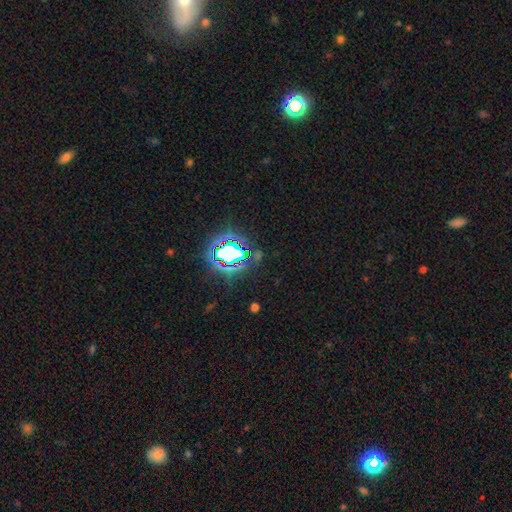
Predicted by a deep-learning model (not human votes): A star or artifact, not a galaxy (72%).